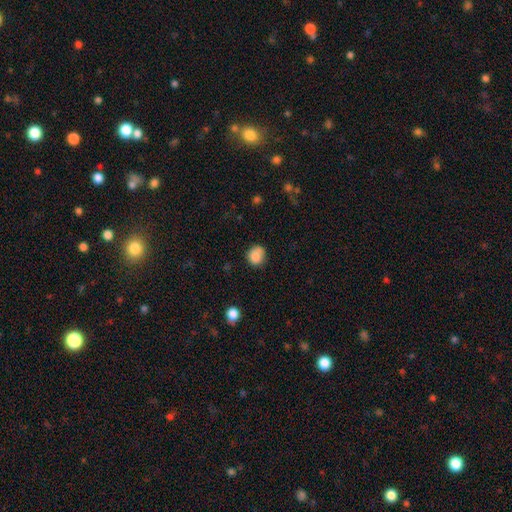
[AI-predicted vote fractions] This is clearly a smooth galaxy (84%). How rounded: likely round (80%). Merging: likely none (67%).